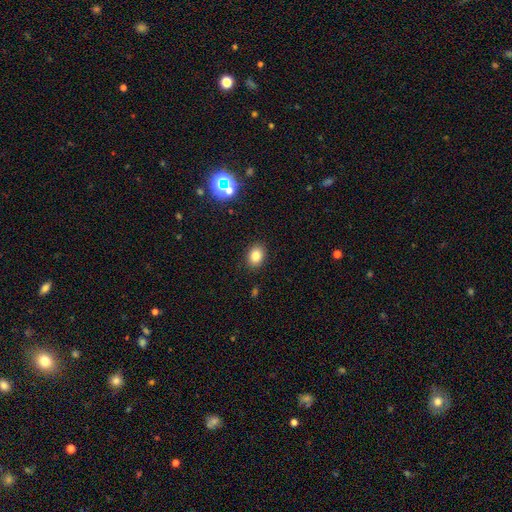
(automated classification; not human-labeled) smooth 82%, star or artifact 11%, featured or disk 7%. Down the decision tree: how rounded — in between (65%); merging — none (88%).